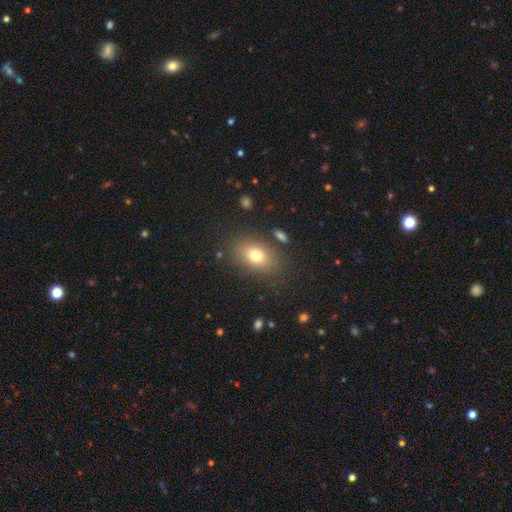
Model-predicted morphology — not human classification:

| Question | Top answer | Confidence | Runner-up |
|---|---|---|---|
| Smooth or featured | smooth | 76% | featured or disk (13%) |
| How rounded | in between | 79% | round (19%) |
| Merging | none | 81% | minor disturbance (11%) |